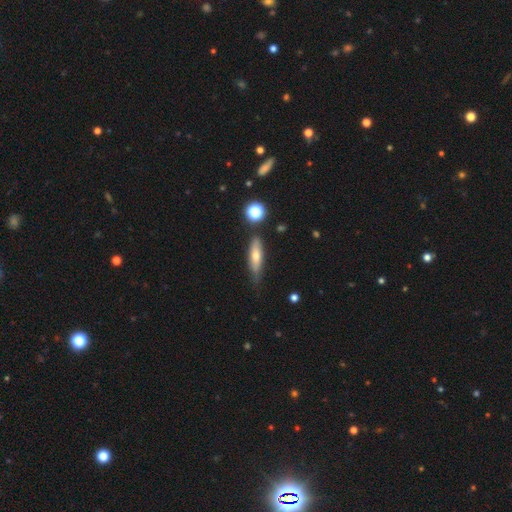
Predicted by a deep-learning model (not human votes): Smooth or featured: smooth — 53% (featured or disk — 39%)
How rounded: cigar-shaped — 67% (in between — 31%)
Merging: none — 67% (minor disturbance — 24%)